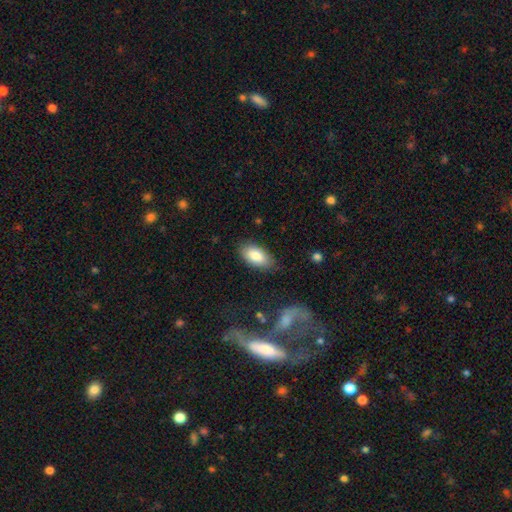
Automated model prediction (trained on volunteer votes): Overall: smooth (84%). How rounded: in between (93%). Merging: none (82%).